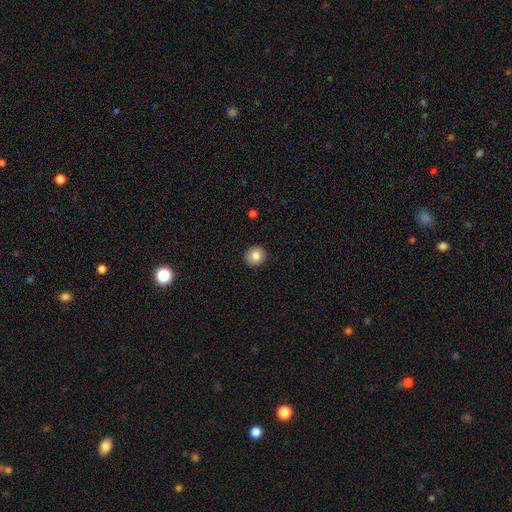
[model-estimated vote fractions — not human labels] smooth 81%, featured or disk 11%, star or artifact 9%. Down the decision tree: how rounded — round (89%); merging — none (91%).